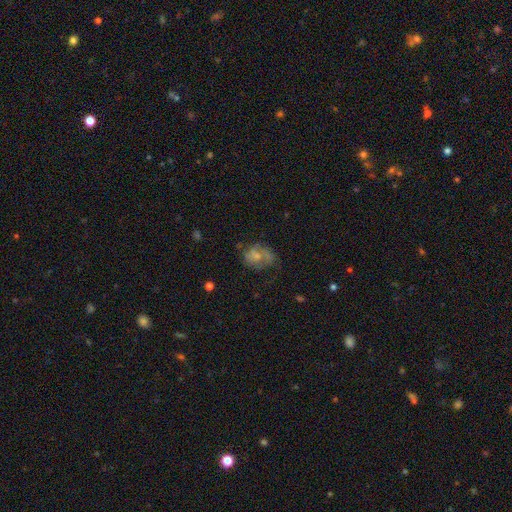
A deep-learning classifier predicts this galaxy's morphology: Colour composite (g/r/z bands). It shows a featured or disk galaxy (53%) with no bar (67%), spiral arms (64%) and a small central bulge (44%). Merging: none (47%).